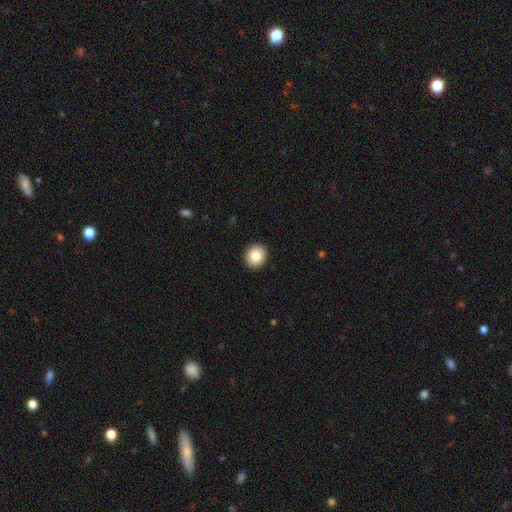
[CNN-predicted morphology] The model was most divided on "how rounded": round: 87%, in between: 12%, cigar-shaped: 1%. More confident: merging — none (93%); smooth or featured — smooth (85%).